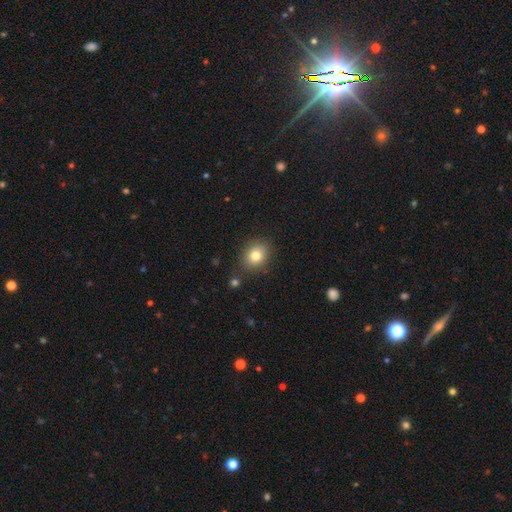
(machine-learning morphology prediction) Overall: smooth (80%). How rounded: round (56%; in between 43%). Merging: none (82%).